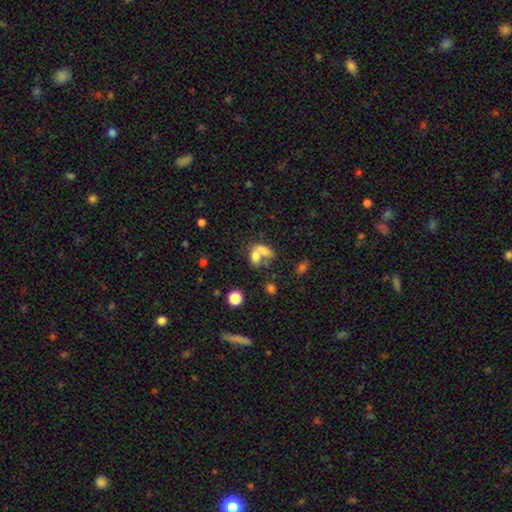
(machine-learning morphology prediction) A smooth galaxy with no disk features (65%) that is in between round and cigar-shaped (68%).

Vote fractions:
- Smooth or featured? smooth: 65% / featured or disk: 21% / star or artifact: 14%
- How rounded? in between: 68% / round: 27% / cigar-shaped: 6%
- Merging? merger: 58% / none: 24% / major disturbance: 10% / minor disturbance: 9%